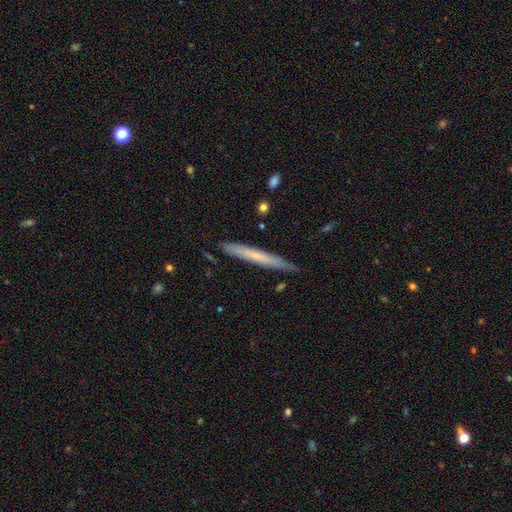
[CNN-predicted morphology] This appears to be a smooth galaxy with no disk features (56%) that is cigar-shaped (96%). Merging: none (86%).